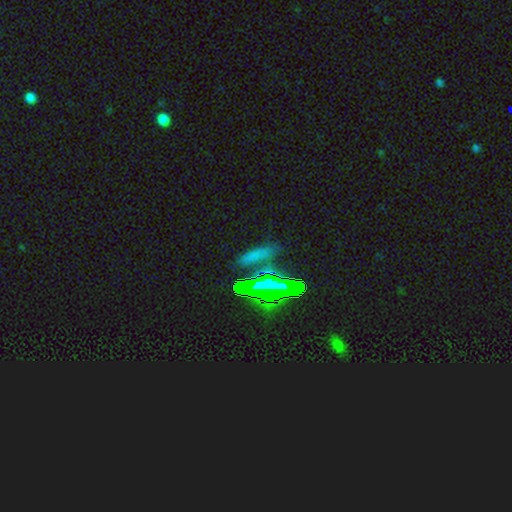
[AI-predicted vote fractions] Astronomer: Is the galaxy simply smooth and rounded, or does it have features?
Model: smooth — 44% (runner-up: star or artifact, 39%).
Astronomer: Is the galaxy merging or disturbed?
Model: none — 79%.